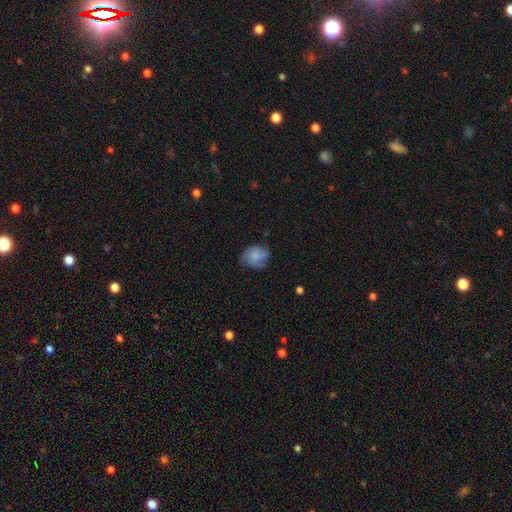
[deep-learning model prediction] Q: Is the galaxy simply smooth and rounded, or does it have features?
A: smooth — 54%.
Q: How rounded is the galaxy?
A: round — 55%.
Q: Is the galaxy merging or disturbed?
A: none — 60%.